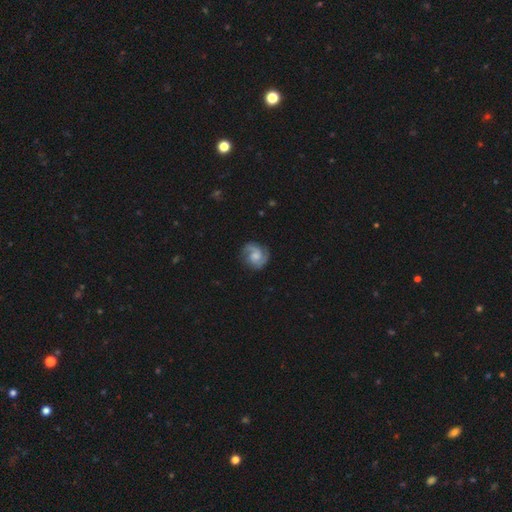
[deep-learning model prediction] A featured or disk galaxy (73%) with no bar (57%), 2 (79%) medium (47%) spiral arms (94%) and a moderate central bulge (38%).

Vote fractions:
- Smooth or featured? featured or disk: 73% / smooth: 21% / star or artifact: 7%
- Edge-on disk? no: 98% / yes: 2%
- Bar? no: 57% / weak: 38% / strong: 6%
- Spiral arms? yes: 94% / no: 6%
- Spiral winding? medium: 47% / tight: 34% / loose: 19%
- Spiral arm count? 2: 79% / can't tell: 8% / 1: 6% / 3: 4% / 4: 1% / more than 4: 1%
- Bulge size? moderate: 38% / small: 32% / none: 19% / large: 10% / dominant: 2%
- Merging? none: 75% / minor disturbance: 17% / major disturbance: 7% / merger: 1%